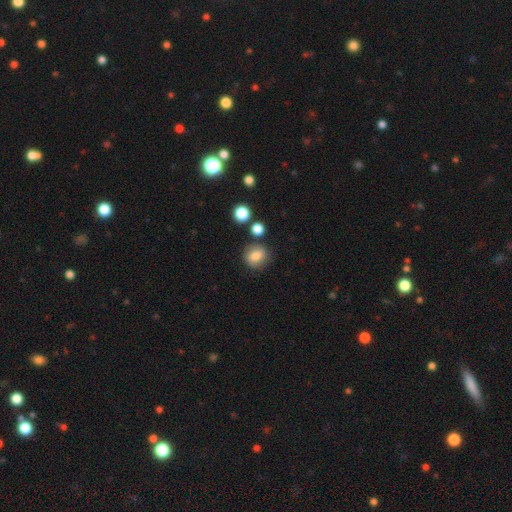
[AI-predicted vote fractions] Smooth or featured: smooth — 80% (featured or disk — 10%)
How rounded: round — 74% (in between — 25%)
Merging: none — 78% (minor disturbance — 13%)